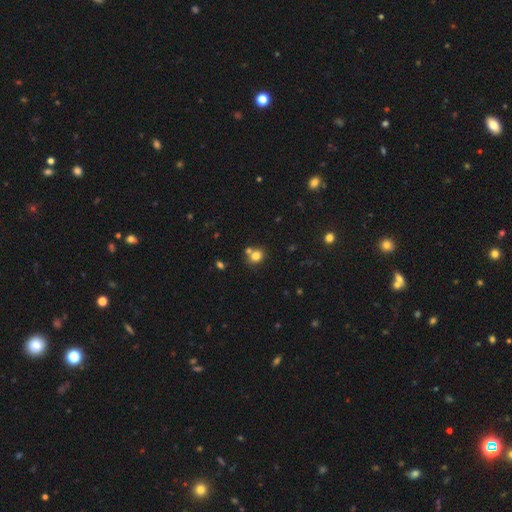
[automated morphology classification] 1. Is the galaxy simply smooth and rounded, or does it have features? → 79% smooth, 13% star or artifact, 8% featured or disk.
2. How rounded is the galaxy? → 68% round, 31% in between, 1% cigar-shaped.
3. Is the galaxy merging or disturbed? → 60% none, 26% merger, 10% minor disturbance, 3% major disturbance.